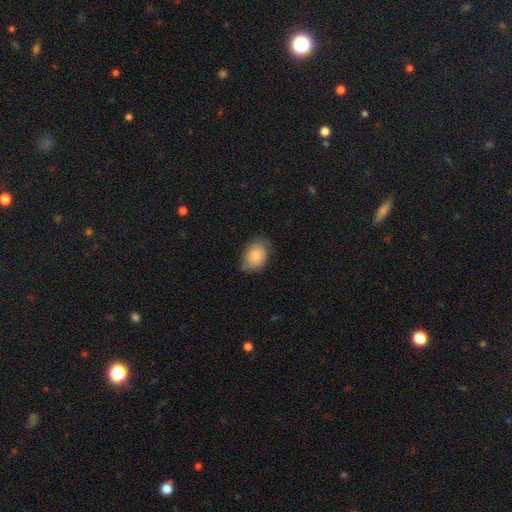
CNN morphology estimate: Smooth or featured?
  - smooth: 81% *
  - featured or disk: 13%
  - star or artifact: 7%
How rounded?
  - in between: 75% *
  - round: 24%
  - cigar-shaped: 1%
Merging?
  - none: 65% *
  - minor disturbance: 28%
  - major disturbance: 5%
  - merger: 1%